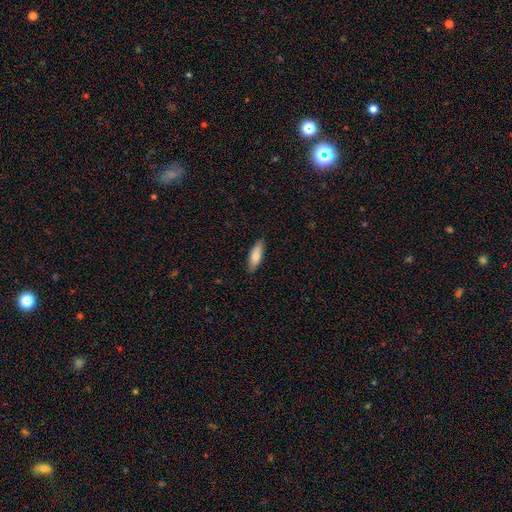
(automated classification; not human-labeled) A smooth galaxy with no disk features (80%) that is in between round and cigar-shaped (54%). Merging: none (87%).